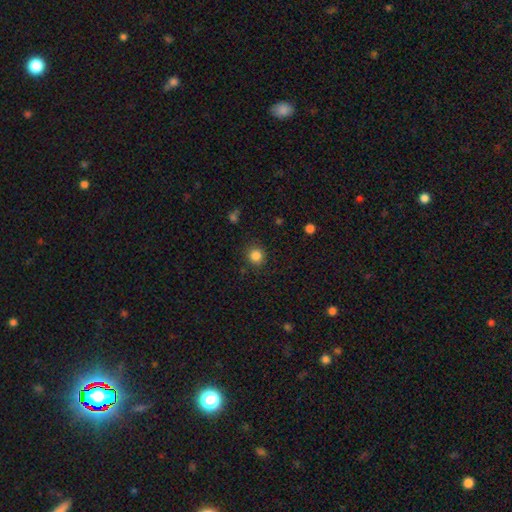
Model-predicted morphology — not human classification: This is clearly a smooth galaxy (85%). How rounded: clearly round (90%). Merging: clearly none (88%).